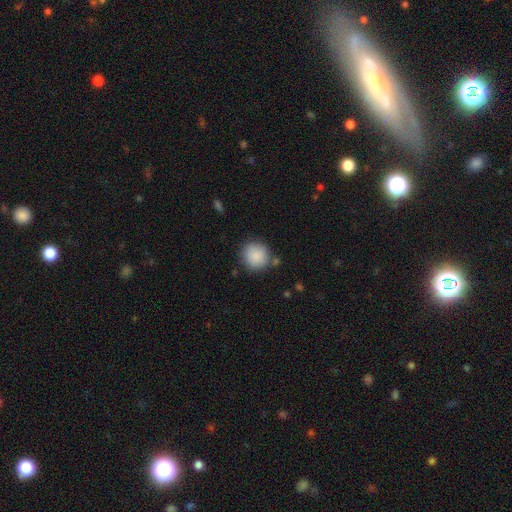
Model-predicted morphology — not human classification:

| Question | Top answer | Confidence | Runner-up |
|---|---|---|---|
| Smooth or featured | smooth | 88% | star or artifact (7%) |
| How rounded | round | 90% | in between (9%) |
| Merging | none | 79% | minor disturbance (12%) |